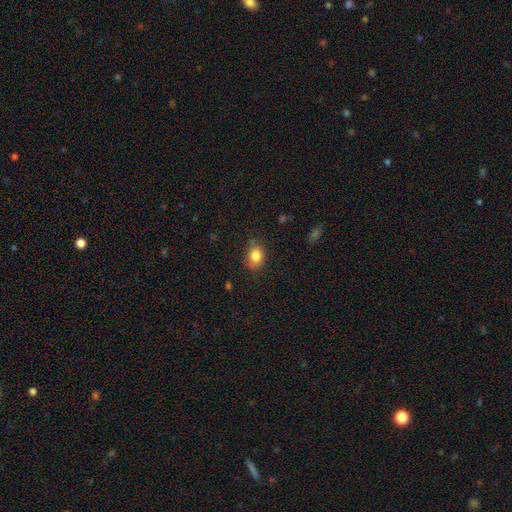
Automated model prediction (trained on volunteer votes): A smooth galaxy with no disk features (83%) that is in between round and cigar-shaped (58%). Merging: none (69%).